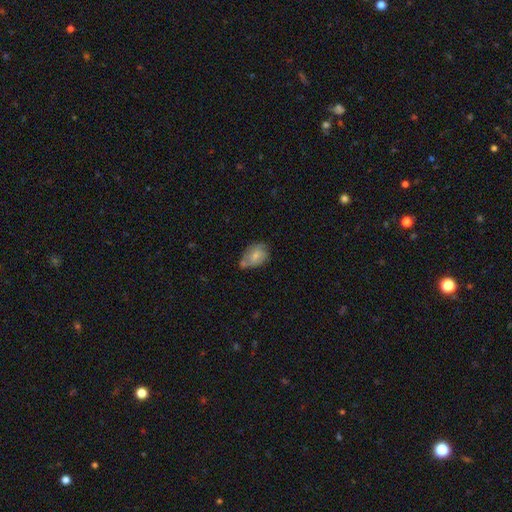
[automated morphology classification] Smooth or featured? Predicted: smooth (p=0.64). How rounded? Predicted: in between (p=0.78). Merging? Predicted: none (p=0.42).